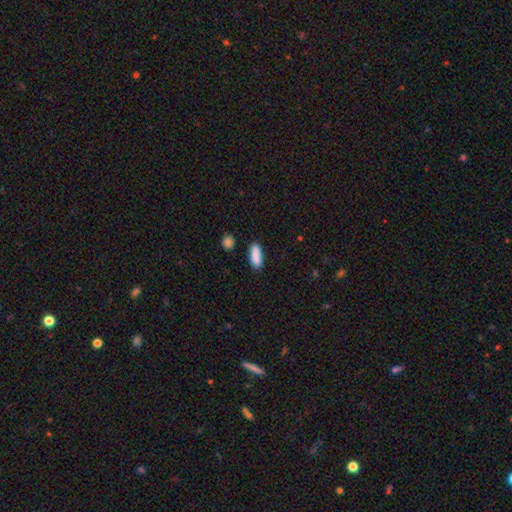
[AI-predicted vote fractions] Smooth or featured? Predicted: smooth (p=0.88). How rounded? Predicted: in between (p=0.64). Merging? Predicted: none (p=0.82).